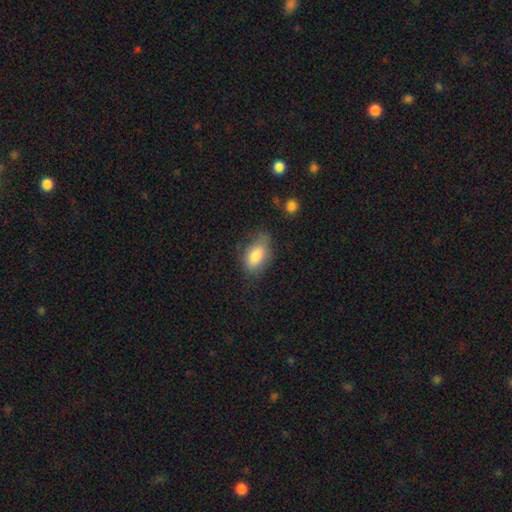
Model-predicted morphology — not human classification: Smooth or featured? Predicted: smooth (p=0.82). How rounded? Predicted: in between (p=0.90). Merging? Predicted: none (p=0.60).